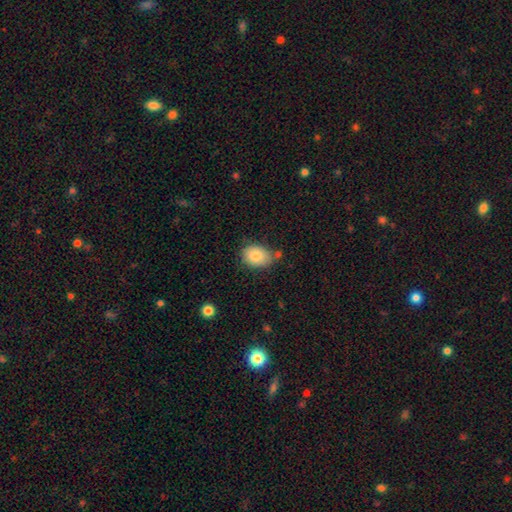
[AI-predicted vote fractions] The model was most divided on "how rounded": in between: 70%, round: 30%, cigar-shaped: 1%. More confident: smooth or featured — smooth (83%); merging — none (67%).